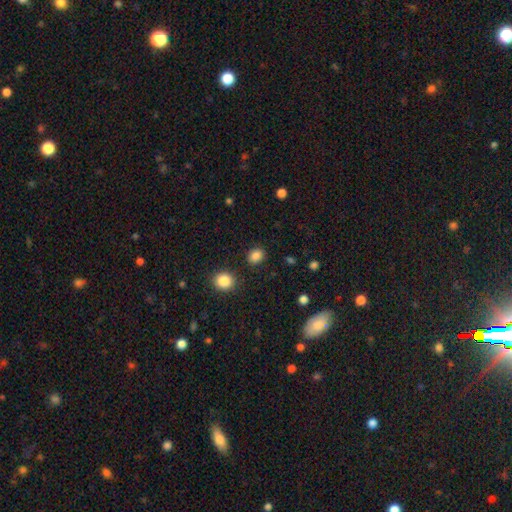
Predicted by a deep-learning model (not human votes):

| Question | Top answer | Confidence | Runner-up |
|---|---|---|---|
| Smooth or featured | smooth | 86% | star or artifact (10%) |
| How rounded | in between | 51% | round (48%) |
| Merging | none | 87% | minor disturbance (8%) |